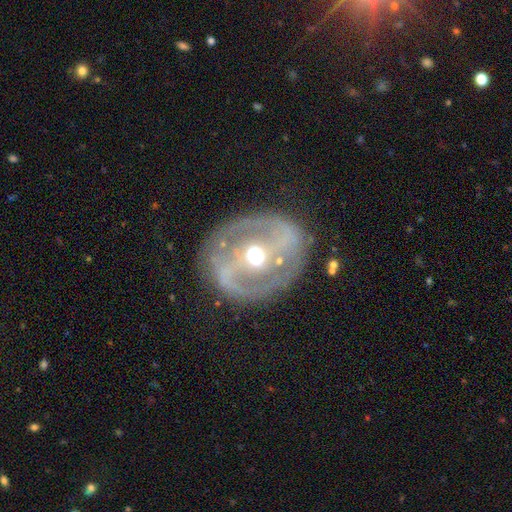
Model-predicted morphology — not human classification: Q: Smooth or featured?
A: featured or disk (79%); runner-up: smooth (15%)
Q: Edge-on disk?
A: no (94%); runner-up: yes (6%)
Q: Bar?
A: weak (38%); runner-up: strong (32%)
Q: Spiral arms?
A: yes (58%); runner-up: no (42%)
Q: Bulge size?
A: moderate (69%); runner-up: small (15%)
Q: Merging?
A: none (77%); runner-up: minor disturbance (13%)